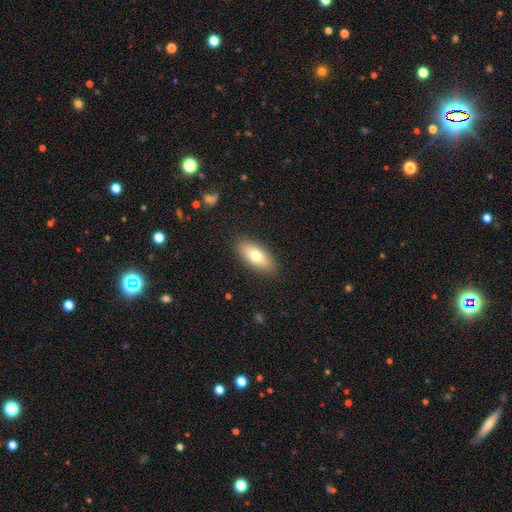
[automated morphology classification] Q: Smooth or featured?
A: smooth (74%); runner-up: featured or disk (20%)
Q: How rounded?
A: in between (83%); runner-up: cigar-shaped (14%)
Q: Merging?
A: none (87%); runner-up: minor disturbance (9%)